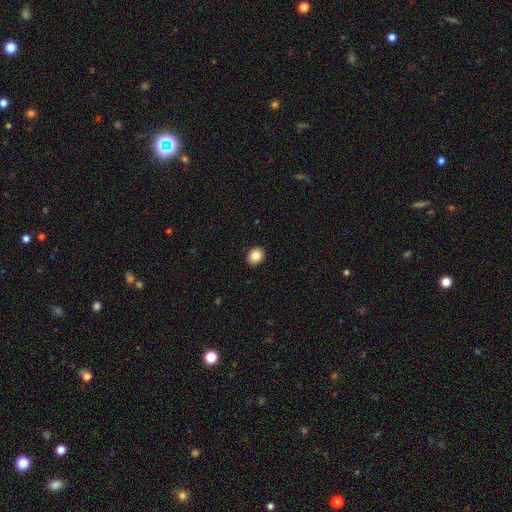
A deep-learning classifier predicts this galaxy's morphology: This is clearly a smooth galaxy (84%). How rounded: likely round (64%). Merging: clearly none (92%).